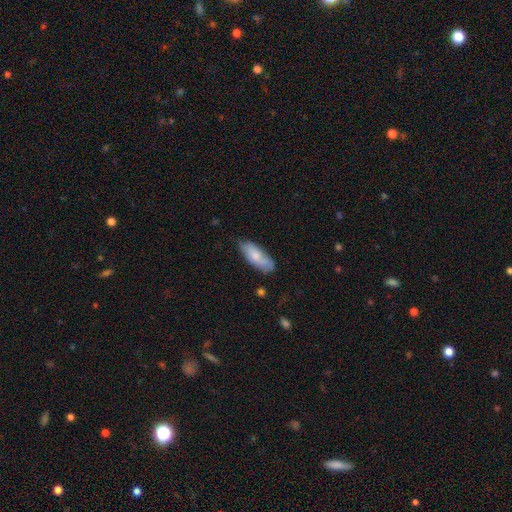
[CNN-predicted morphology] Overall: smooth (72%). How rounded: in between (78%). Merging: none (65%; minor disturbance 27%).